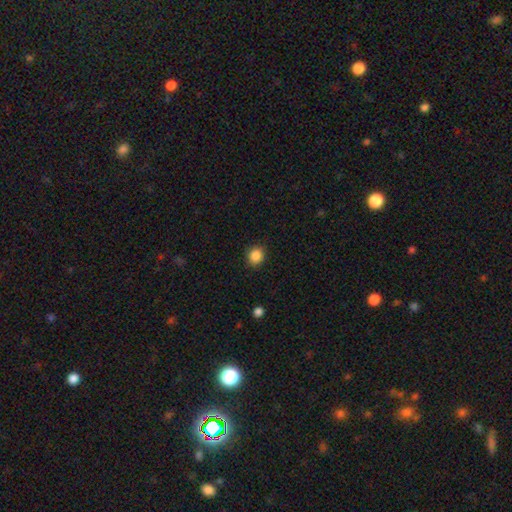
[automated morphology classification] Q: Smooth or featured?
A: smooth (87%); runner-up: star or artifact (10%)
Q: How rounded?
A: round (85%); runner-up: in between (15%)
Q: Merging?
A: none (89%); runner-up: minor disturbance (8%)